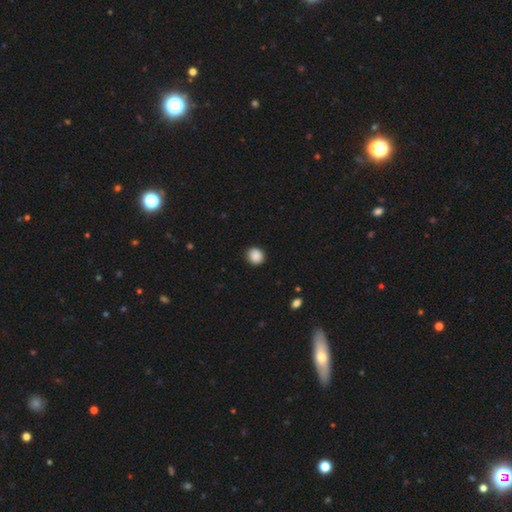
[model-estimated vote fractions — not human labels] smooth 89%, star or artifact 9%, featured or disk 3%. Down the decision tree: how rounded — round (80%); merging — none (90%).